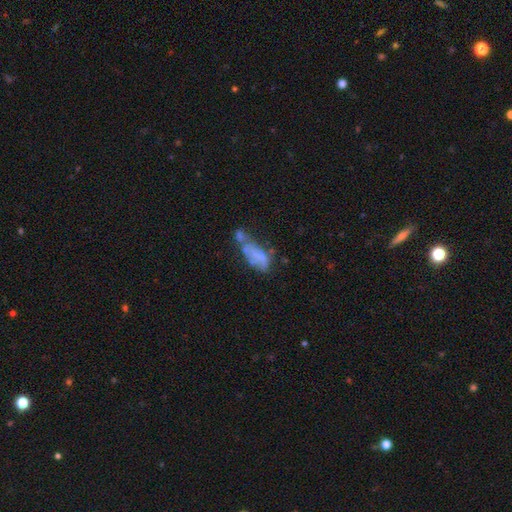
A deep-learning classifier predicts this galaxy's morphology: type=smooth (50%); merging=merger (36%).